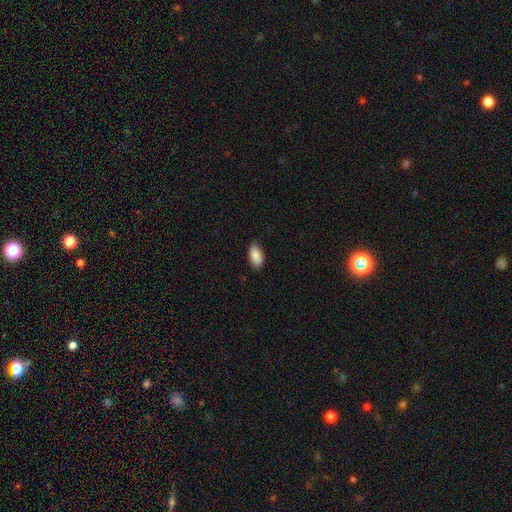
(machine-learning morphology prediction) A smooth galaxy with no disk features (89%) that is in between round and cigar-shaped (94%). Merging: none (83%).